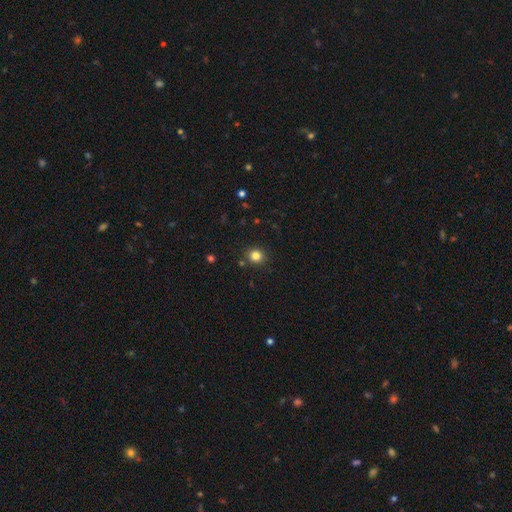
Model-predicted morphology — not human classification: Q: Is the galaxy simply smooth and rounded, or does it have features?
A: smooth — 81%.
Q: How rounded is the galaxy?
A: round — 87%.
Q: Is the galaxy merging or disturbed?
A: none — 88%.